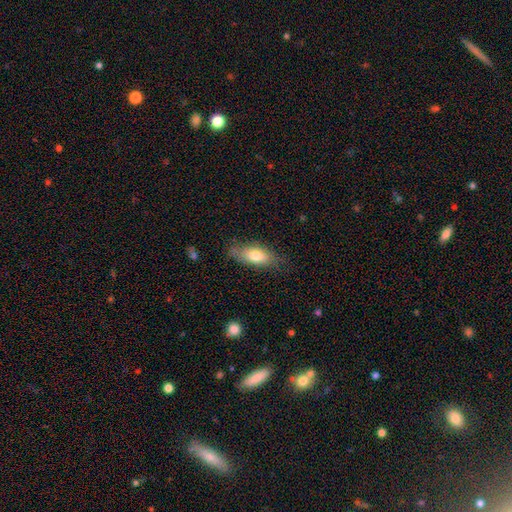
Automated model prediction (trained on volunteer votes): Overall: smooth (75%). How rounded: in between (77%). Merging: none (73%).